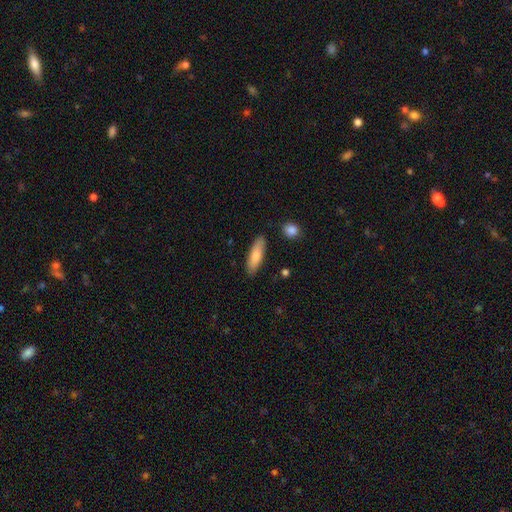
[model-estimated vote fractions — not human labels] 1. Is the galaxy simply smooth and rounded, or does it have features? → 79% smooth, 16% featured or disk, 6% star or artifact.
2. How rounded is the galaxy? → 53% cigar-shaped, 45% in between, 2% round.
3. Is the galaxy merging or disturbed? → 86% none, 10% minor disturbance, 2% merger, 2% major disturbance.